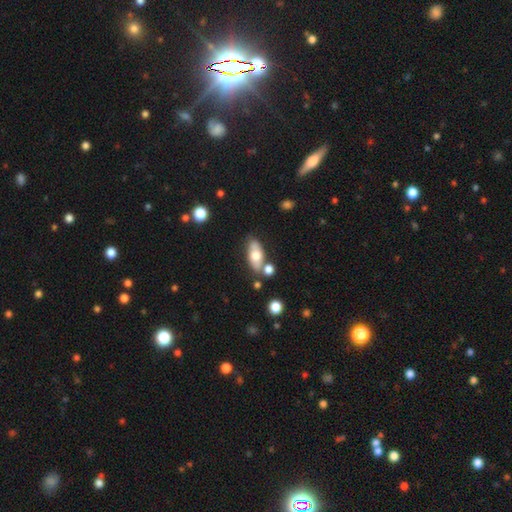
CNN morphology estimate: This is likely a smooth galaxy (63%). How rounded: clearly in between (86%). Merging: likely none (67%).